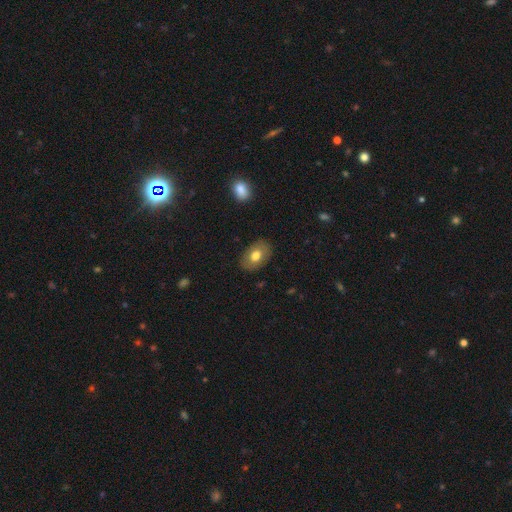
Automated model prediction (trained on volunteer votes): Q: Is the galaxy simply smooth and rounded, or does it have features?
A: smooth — 72%.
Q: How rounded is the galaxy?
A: in between — 83%.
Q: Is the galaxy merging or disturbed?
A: none — 86%.